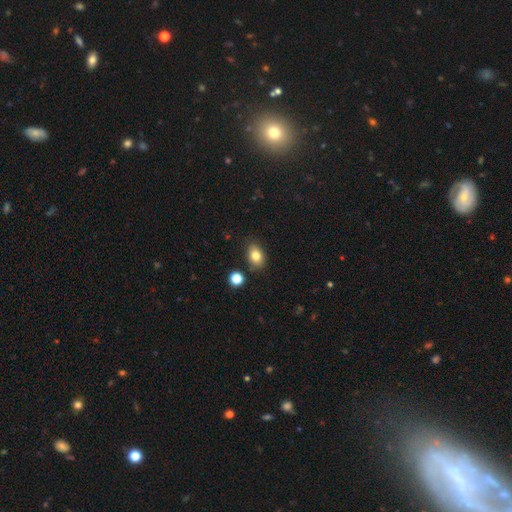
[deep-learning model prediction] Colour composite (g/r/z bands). It shows a smooth galaxy with no disk features (80%) that is in between round and cigar-shaped (77%). Merging: none (81%).